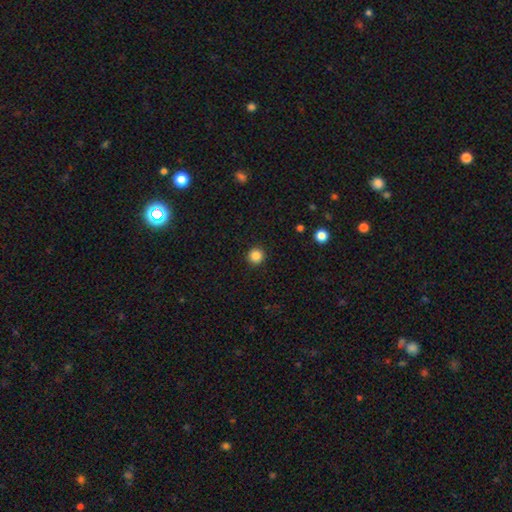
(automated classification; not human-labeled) smooth 85%, star or artifact 11%, featured or disk 4%. Down the decision tree: how rounded — round (96%); merging — none (93%).